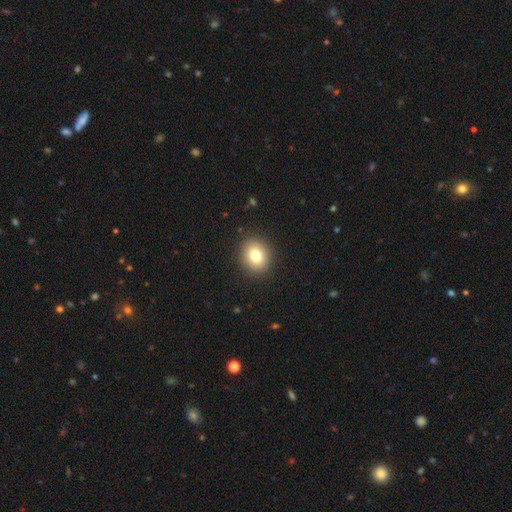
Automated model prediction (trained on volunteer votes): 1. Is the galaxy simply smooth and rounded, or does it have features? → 79% smooth, 11% star or artifact, 11% featured or disk.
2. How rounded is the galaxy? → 72% round, 27% in between, 1% cigar-shaped.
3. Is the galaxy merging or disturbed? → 90% none, 7% minor disturbance, 2% major disturbance, 1% merger.